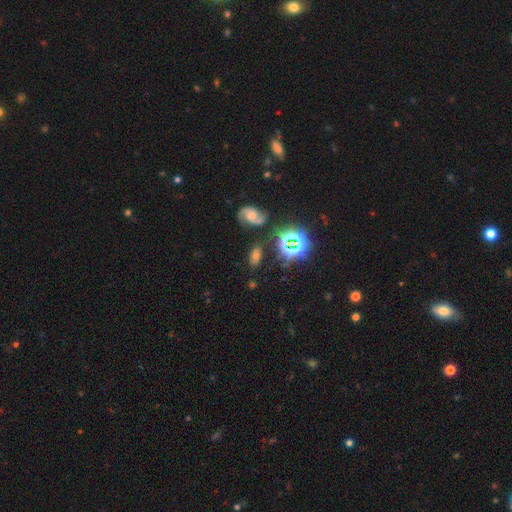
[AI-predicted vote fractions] This appears to be a smooth galaxy with no disk features (42%). Merging: none (73%).